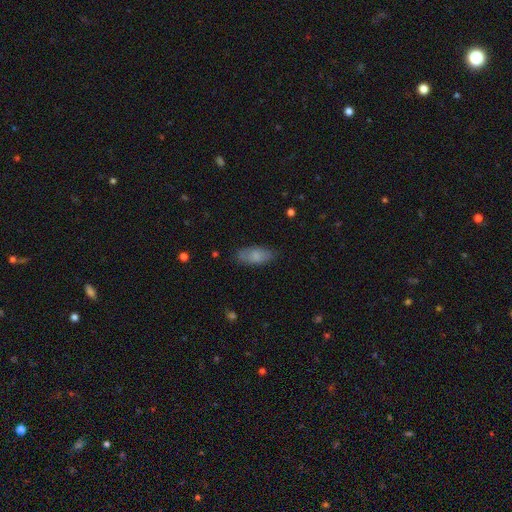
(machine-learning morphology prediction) A smooth galaxy with no disk features (80%) that is in between round and cigar-shaped (85%). Merging: none (77%).